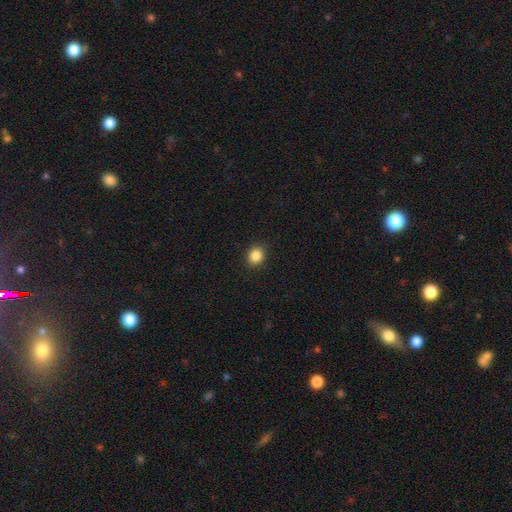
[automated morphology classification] Smooth or featured: smooth — 86% (star or artifact — 10%)
How rounded: round — 64% (in between — 35%)
Merging: none — 90% (minor disturbance — 7%)